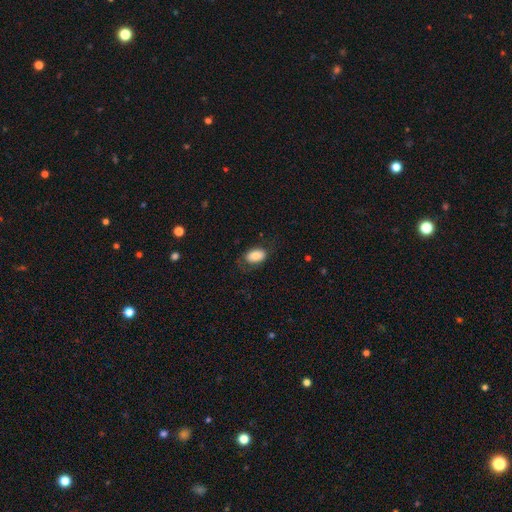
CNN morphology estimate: type=smooth (79%); roundness=in between (91%); merging=none (70%).